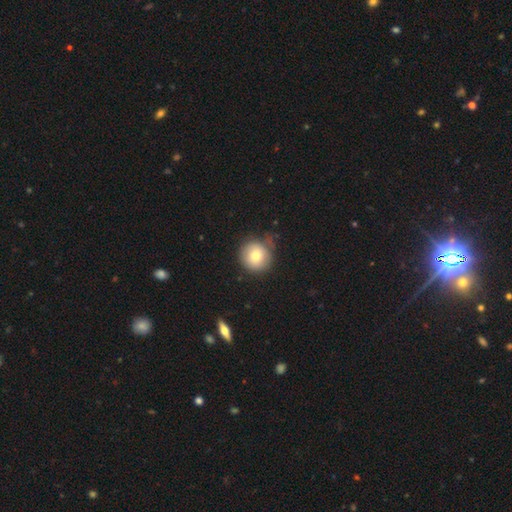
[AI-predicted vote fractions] Smooth or featured? Predicted: smooth (p=0.75). How rounded? Predicted: round (p=0.93). Merging? Predicted: none (p=0.68).